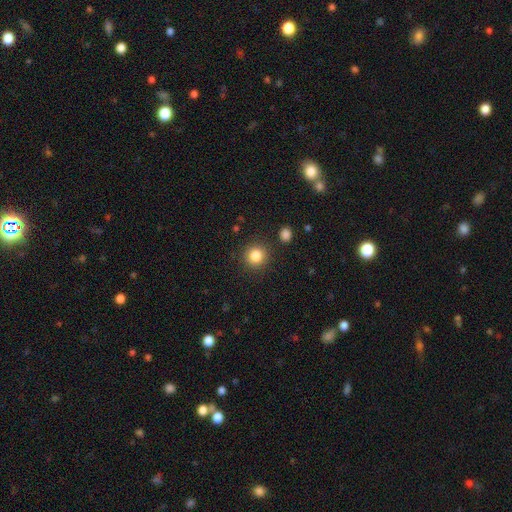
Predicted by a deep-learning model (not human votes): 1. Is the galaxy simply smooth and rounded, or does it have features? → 84% smooth, 11% star or artifact, 5% featured or disk.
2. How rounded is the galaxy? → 92% round, 7% in between, 1% cigar-shaped.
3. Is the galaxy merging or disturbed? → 88% none, 7% minor disturbance, 3% major disturbance, 3% merger.